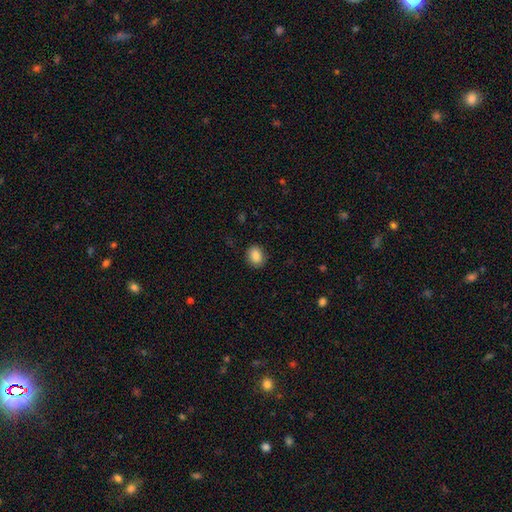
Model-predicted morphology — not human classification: Q: Smooth or featured?
A: smooth (87%); runner-up: star or artifact (8%)
Q: How rounded?
A: in between (54%); runner-up: round (45%)
Q: Merging?
A: none (87%); runner-up: minor disturbance (9%)